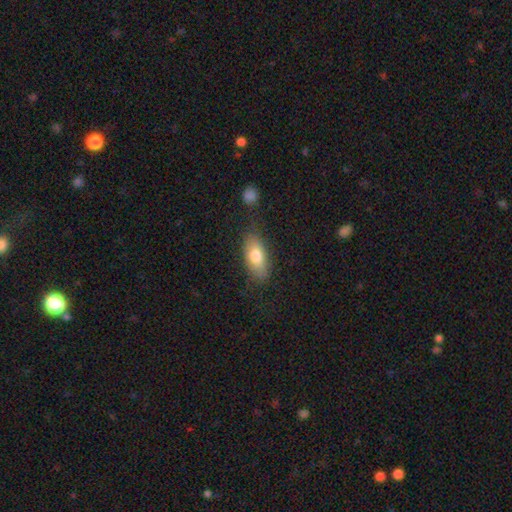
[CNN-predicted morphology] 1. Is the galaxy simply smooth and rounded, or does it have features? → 77% smooth, 16% featured or disk, 7% star or artifact.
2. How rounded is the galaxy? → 84% in between, 12% cigar-shaped, 4% round.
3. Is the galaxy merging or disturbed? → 75% none, 17% minor disturbance, 5% major disturbance, 3% merger.